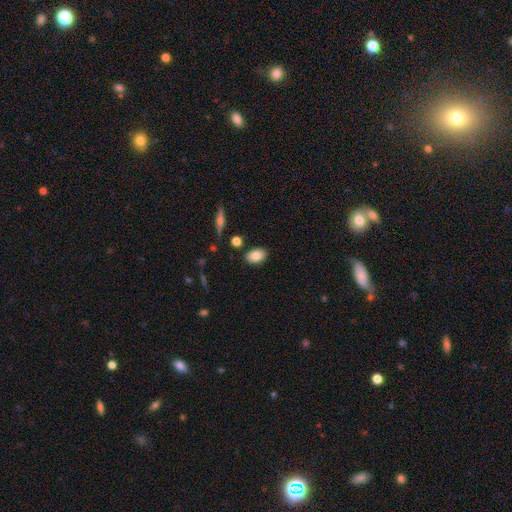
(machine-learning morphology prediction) This appears to be a smooth galaxy with no disk features (82%) that is in between round and cigar-shaped (87%). Merging: none (85%).